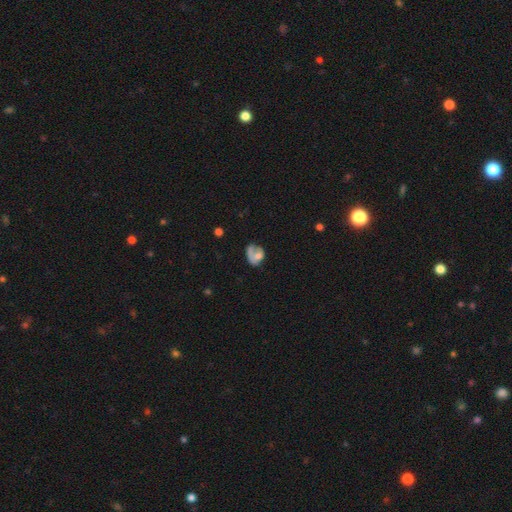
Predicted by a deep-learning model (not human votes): smooth_or_featured: smooth (p=0.54) [alt: featured or disk p=0.36]
how_rounded: in between (p=0.64) [alt: round p=0.35]
merging: major disturbance (p=0.36) [alt: none p=0.28]